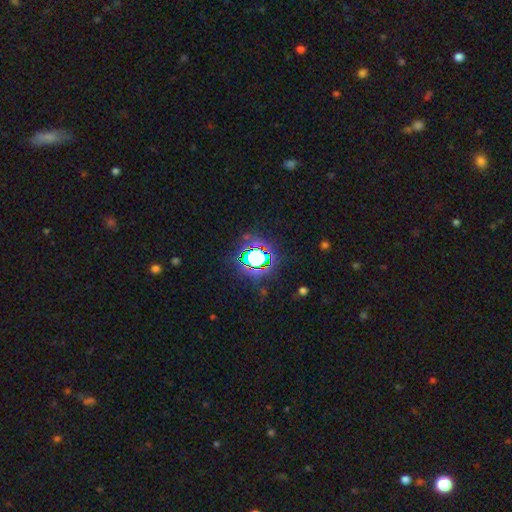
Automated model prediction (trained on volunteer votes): The model was most divided on "smooth or featured": star or artifact: 69%, smooth: 19%, featured or disk: 12%.